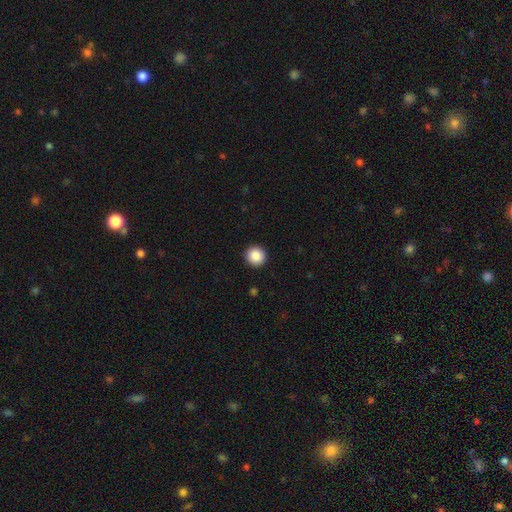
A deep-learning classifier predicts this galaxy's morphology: This is clearly a smooth galaxy (88%). How rounded: clearly round (94%). Merging: clearly none (93%).